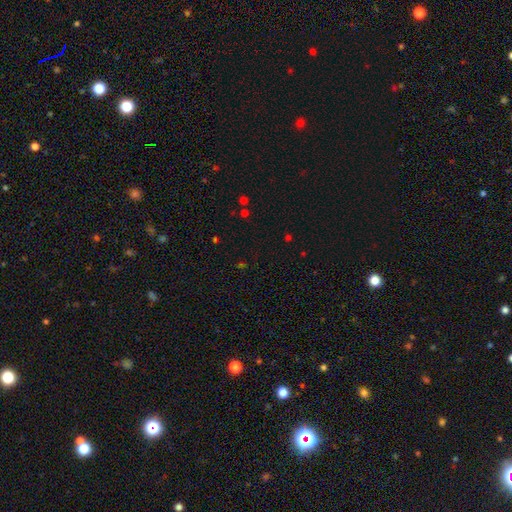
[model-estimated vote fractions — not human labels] This is possibly a star or artifact rather than a galaxy (59%).